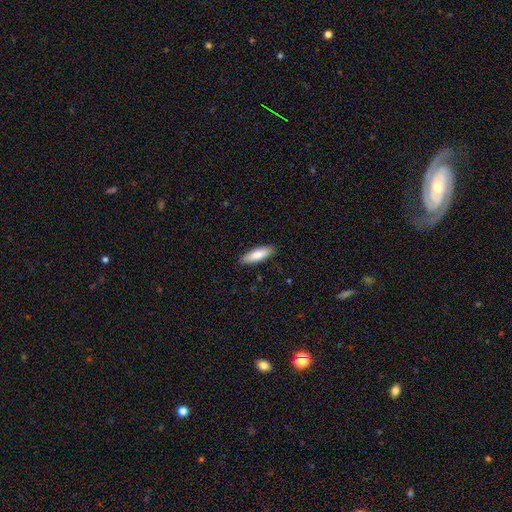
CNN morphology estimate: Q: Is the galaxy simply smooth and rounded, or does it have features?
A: smooth — 82%.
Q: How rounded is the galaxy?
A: in between — 50%.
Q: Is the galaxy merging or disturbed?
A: none — 88%.